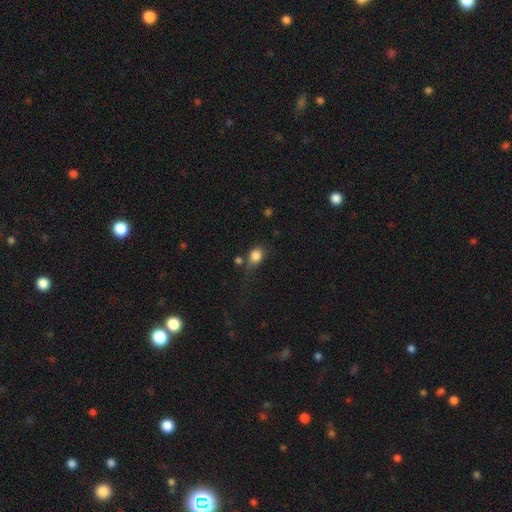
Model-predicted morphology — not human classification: Overall: smooth (83%). How rounded: in between (51%; round 48%). Merging: none (52%; minor disturbance 25%).